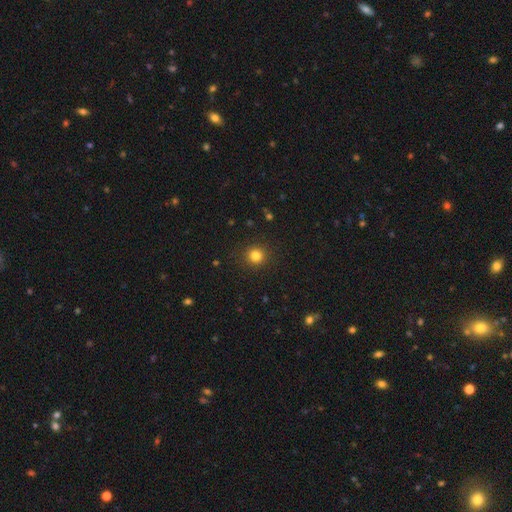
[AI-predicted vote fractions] Smooth or featured: smooth — 82% (star or artifact — 13%)
How rounded: round — 91% (in between — 8%)
Merging: none — 91% (minor disturbance — 6%)